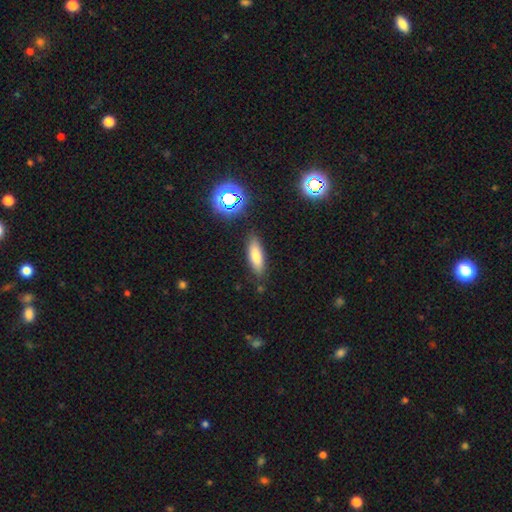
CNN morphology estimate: Smooth or featured?
  - smooth: 75% *
  - featured or disk: 13%
  - star or artifact: 12%
How rounded?
  - in between: 54% *
  - cigar-shaped: 43%
  - round: 3%
Merging?
  - none: 85% *
  - minor disturbance: 10%
  - major disturbance: 3%
  - merger: 2%